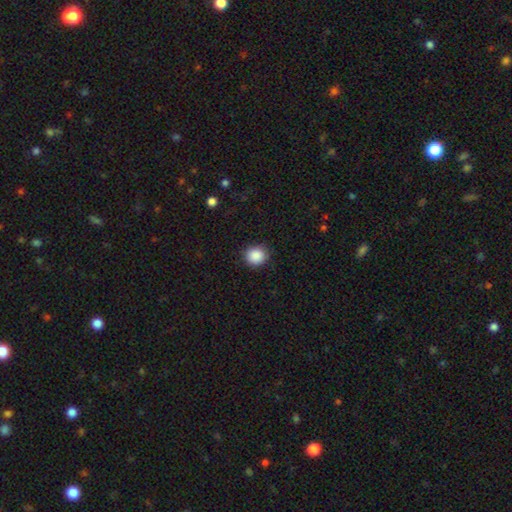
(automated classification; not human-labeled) smooth 89%, star or artifact 8%, featured or disk 3%. Down the decision tree: how rounded — round (87%); merging — none (89%).